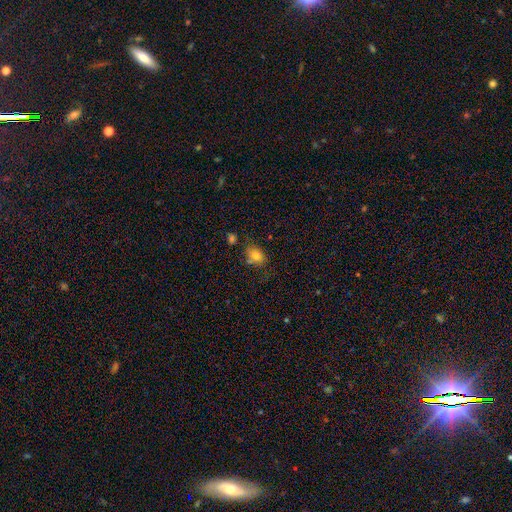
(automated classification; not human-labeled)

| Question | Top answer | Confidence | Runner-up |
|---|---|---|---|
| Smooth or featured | smooth | 79% | star or artifact (12%) |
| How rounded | in between | 63% | round (35%) |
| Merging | none | 62% | minor disturbance (21%) |